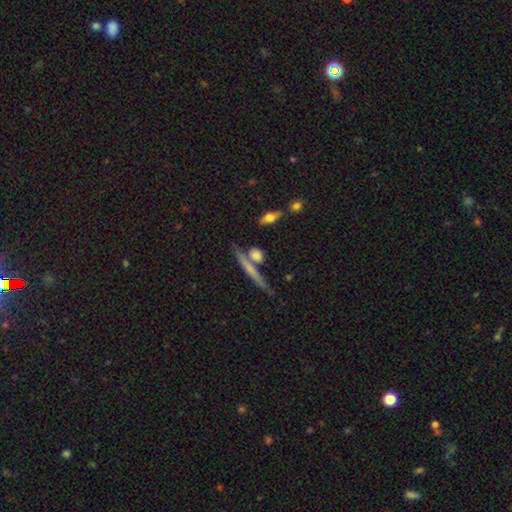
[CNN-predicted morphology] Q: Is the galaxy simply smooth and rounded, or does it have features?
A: smooth — 61%.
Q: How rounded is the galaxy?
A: cigar-shaped — 62%.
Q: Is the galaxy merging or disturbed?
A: none — 67%.